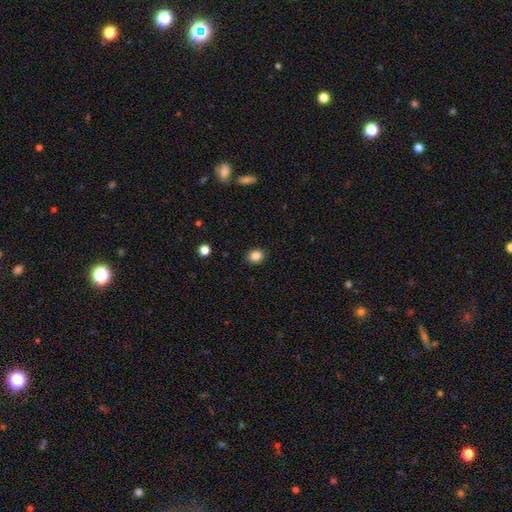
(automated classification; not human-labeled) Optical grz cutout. It shows a smooth galaxy with no disk features (86%) that is in between round and cigar-shaped (50%). Merging: none (88%).